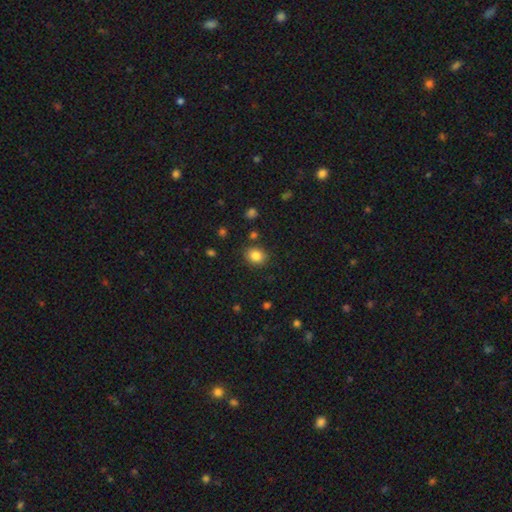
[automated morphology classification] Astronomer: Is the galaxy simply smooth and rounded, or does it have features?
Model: smooth — 84%.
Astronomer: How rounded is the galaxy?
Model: round — 56% (runner-up: in between, 43%).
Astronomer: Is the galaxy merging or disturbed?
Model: none — 85%.